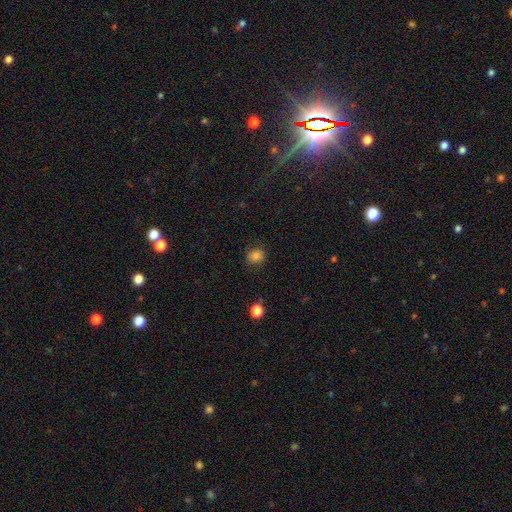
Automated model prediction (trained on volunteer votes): Smooth or featured? Predicted: smooth (p=0.82). How rounded? Predicted: round (p=0.71). Merging? Predicted: none (p=0.83).